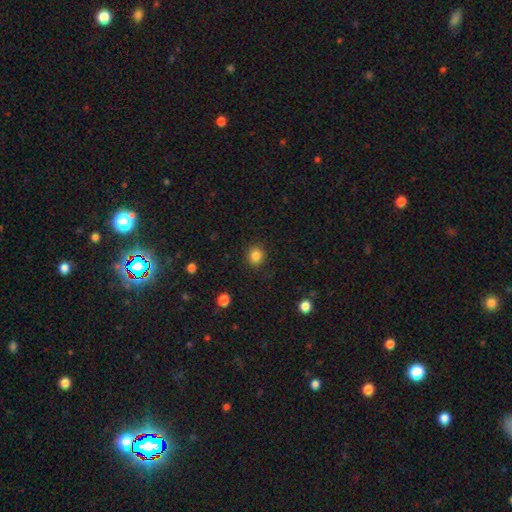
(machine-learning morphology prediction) Smooth or featured? smooth (85%)
How rounded? round (85%)
Merging? none (90%)